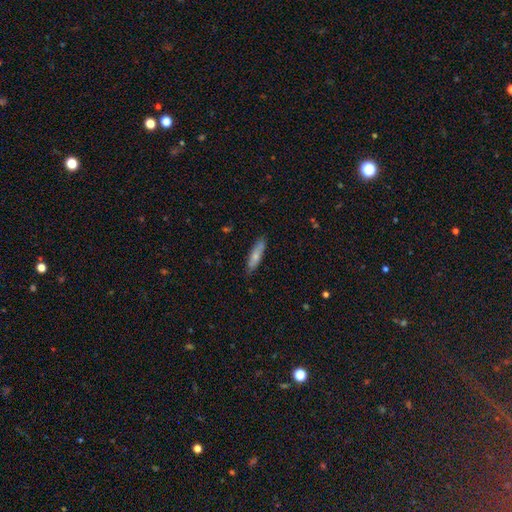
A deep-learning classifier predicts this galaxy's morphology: Smooth or featured? smooth (67%)
How rounded? cigar-shaped (70%)
Merging? none (81%)